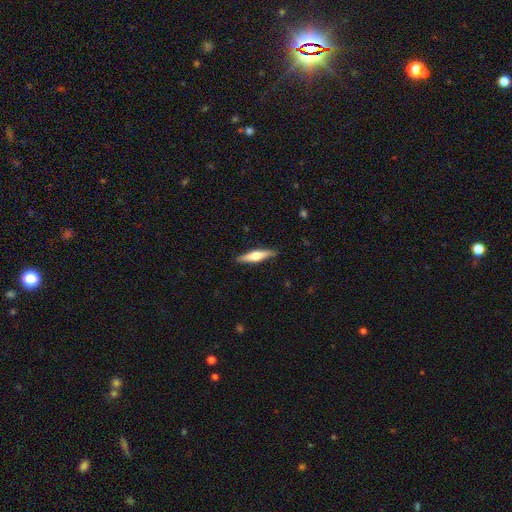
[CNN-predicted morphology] Q: Smooth or featured?
A: featured or disk (53%); runner-up: smooth (42%)
Q: Edge-on disk?
A: yes (95%); runner-up: no (5%)
Q: Edge-on bulge?
A: rounded (90%); runner-up: boxy (6%)
Q: Merging?
A: none (89%); runner-up: minor disturbance (8%)